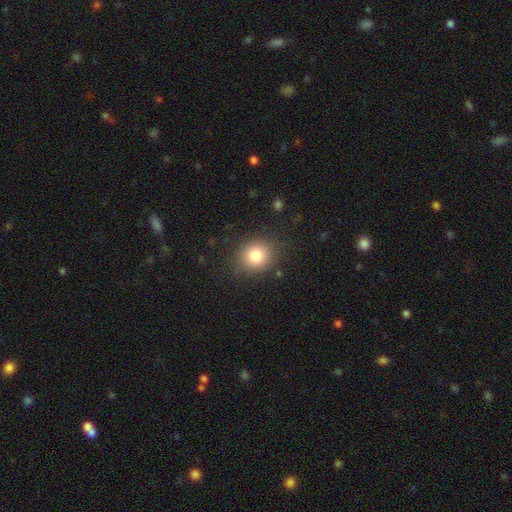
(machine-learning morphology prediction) A smooth galaxy with no disk features (80%) that is round (77%). Merging: none (85%).